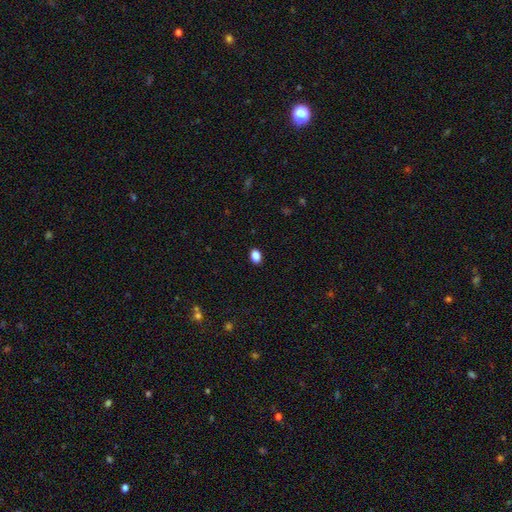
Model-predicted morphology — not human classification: smooth_or_featured: smooth (p=0.87) [alt: star or artifact p=0.10]
how_rounded: in between (p=0.77) [alt: round p=0.22]
merging: none (p=0.90) [alt: minor disturbance p=0.07]